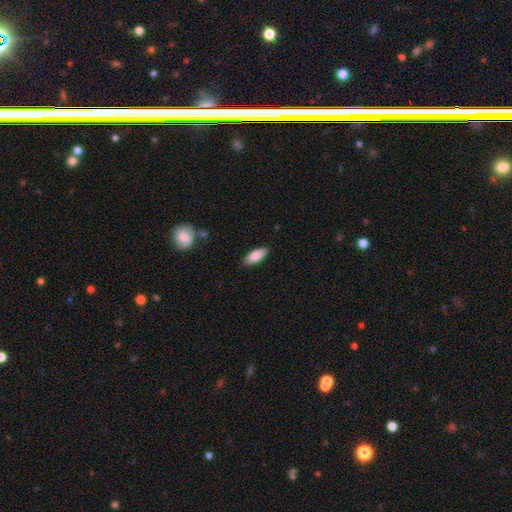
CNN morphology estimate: Overall: smooth (82%). How rounded: in between (79%). Merging: none (86%).